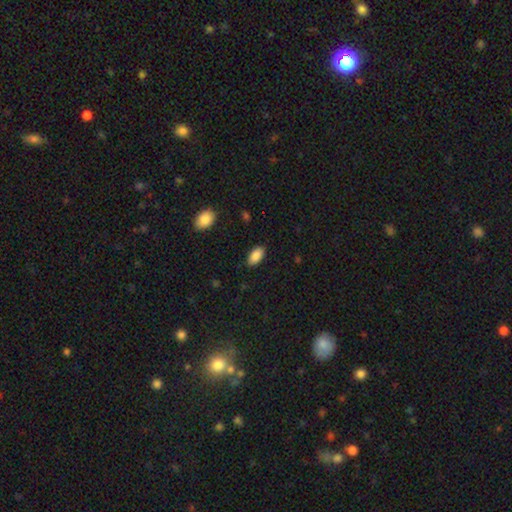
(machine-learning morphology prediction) type=smooth (87%); roundness=in between (94%); merging=none (87%).